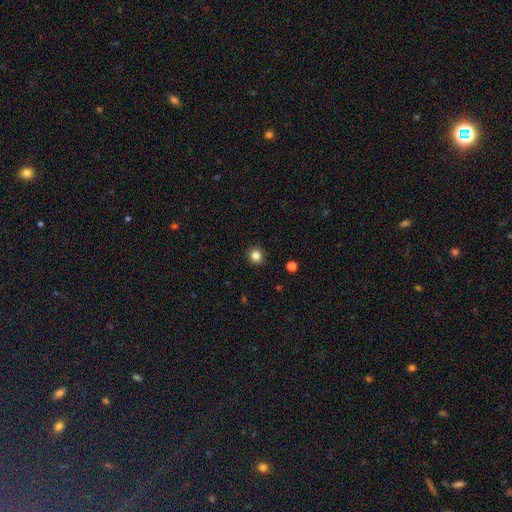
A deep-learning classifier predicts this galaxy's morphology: smooth-or-featured: smooth: 83% | star or artifact: 12% | featured or disk: 5%
  how-rounded: round: 92% | in between: 7% | cigar-shaped: 1%
  merging: none: 92% | minor disturbance: 5% | major disturbance: 2% | merger: 1%